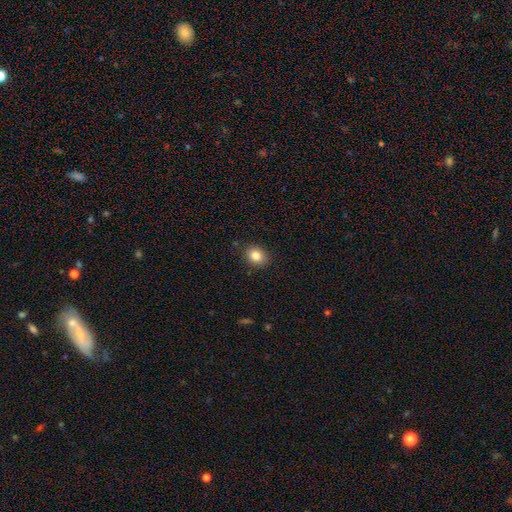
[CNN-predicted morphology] Smooth or featured?
  - smooth: 84% *
  - star or artifact: 10%
  - featured or disk: 6%
How rounded?
  - round: 51% *
  - in between: 48%
  - cigar-shaped: 1%
Merging?
  - none: 88% *
  - minor disturbance: 9%
  - major disturbance: 2%
  - merger: 1%